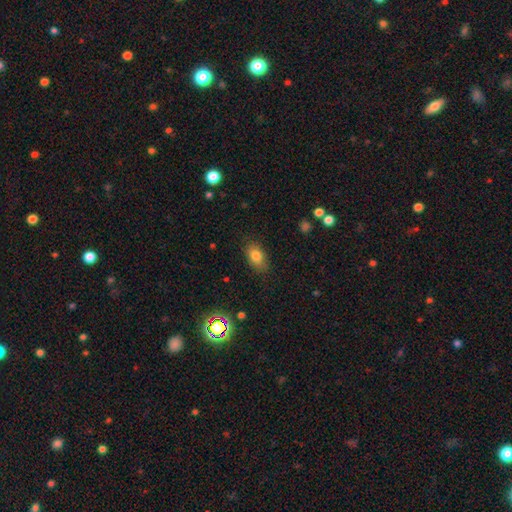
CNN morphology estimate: smooth 81%, star or artifact 10%, featured or disk 9%. Down the decision tree: how rounded — in between (84%); merging — none (81%).